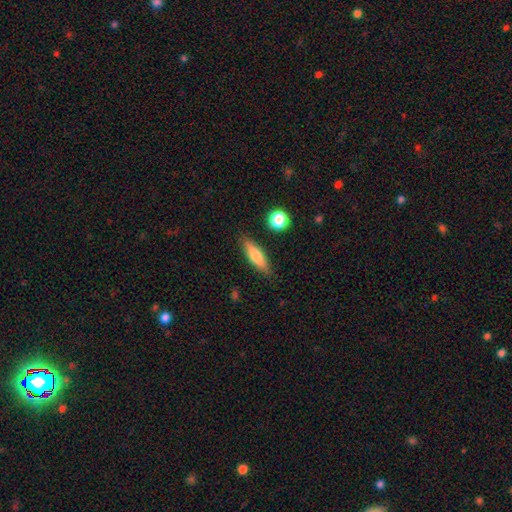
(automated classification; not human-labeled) smooth_or_featured: smooth (p=0.67) [alt: featured or disk p=0.26]
how_rounded: cigar-shaped (p=0.56) [alt: in between p=0.41]
merging: none (p=0.84) [alt: minor disturbance p=0.11]